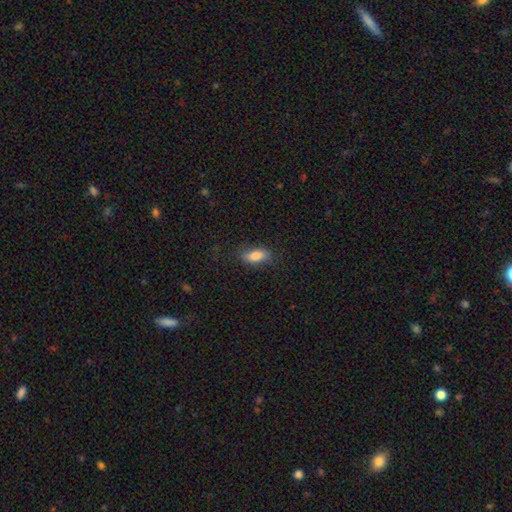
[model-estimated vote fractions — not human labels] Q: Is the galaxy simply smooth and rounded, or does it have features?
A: smooth — 80%.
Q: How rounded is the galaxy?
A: in between — 81%.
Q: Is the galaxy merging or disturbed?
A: none — 77%.